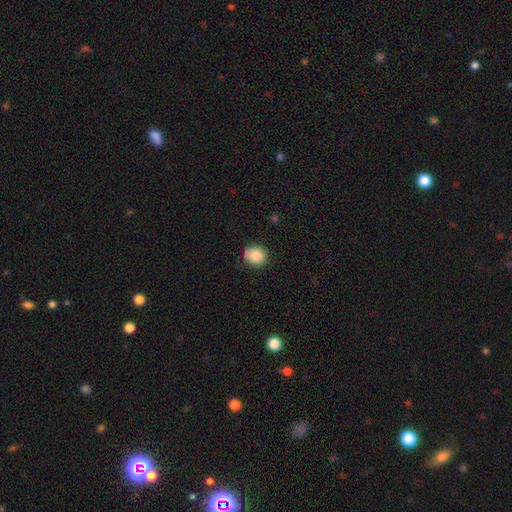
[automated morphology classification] This appears to be a smooth galaxy with no disk features (85%) that is round (73%). Merging: none (79%).